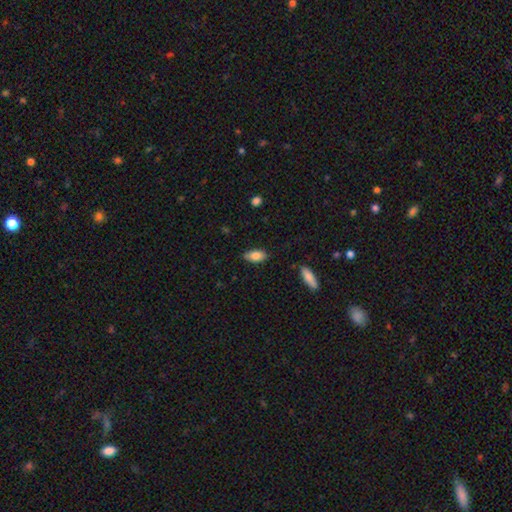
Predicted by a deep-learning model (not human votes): Smooth or featured: smooth — 83% (featured or disk — 10%)
How rounded: in between — 88% (cigar-shaped — 9%)
Merging: none — 83% (minor disturbance — 13%)